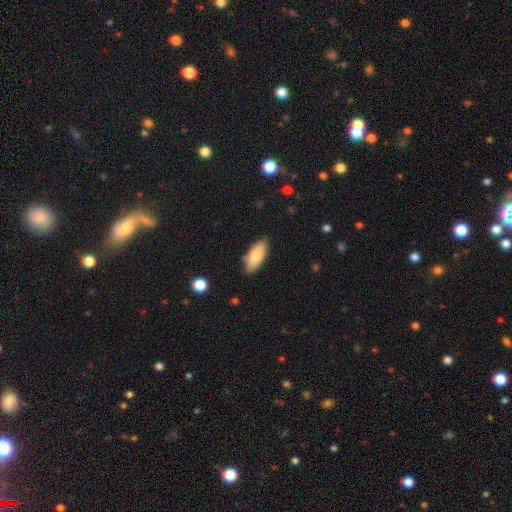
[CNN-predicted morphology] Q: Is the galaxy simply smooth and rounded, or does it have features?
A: smooth — 81%.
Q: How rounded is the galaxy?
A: in between — 84%.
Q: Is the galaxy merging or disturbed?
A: none — 81%.